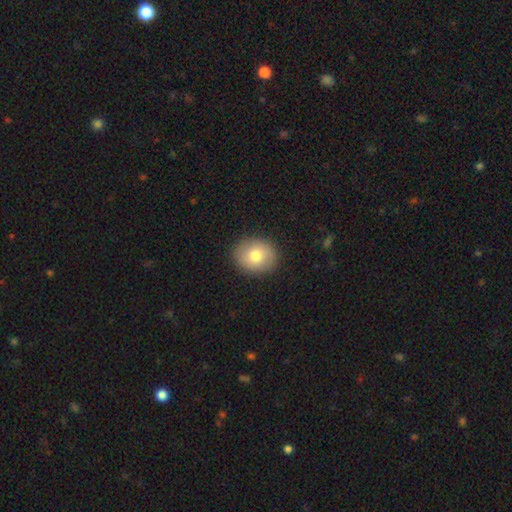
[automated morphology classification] Overall: smooth (77%). How rounded: round (65%; in between 34%). Merging: none (88%).